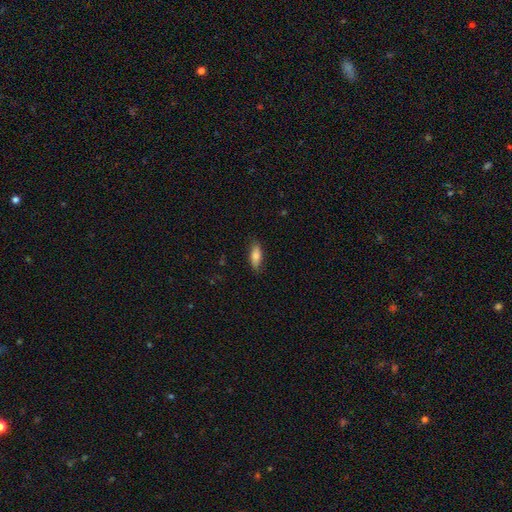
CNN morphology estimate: This is likely a smooth galaxy (77%). How rounded: likely in between (67%). Merging: clearly none (82%).